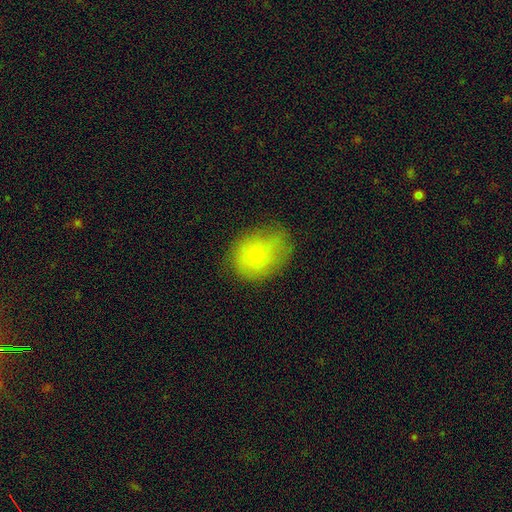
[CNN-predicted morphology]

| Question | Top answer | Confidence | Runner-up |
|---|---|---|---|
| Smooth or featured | smooth | 67% | featured or disk (24%) |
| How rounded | in between | 54% | round (45%) |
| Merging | none | 55% | minor disturbance (29%) |